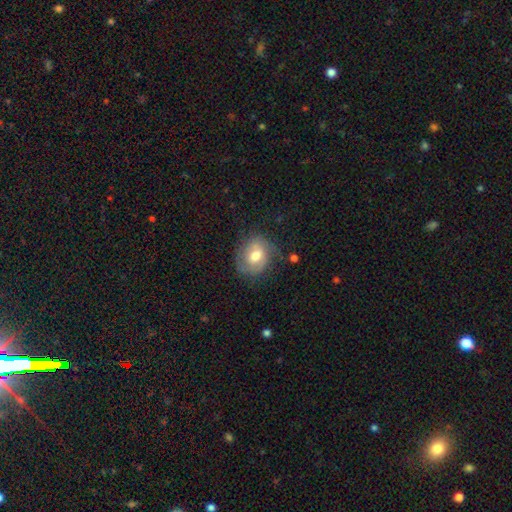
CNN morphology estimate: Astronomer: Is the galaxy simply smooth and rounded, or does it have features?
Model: smooth — 51% (runner-up: featured or disk, 41%).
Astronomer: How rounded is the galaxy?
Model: round — 61% (runner-up: in between, 38%).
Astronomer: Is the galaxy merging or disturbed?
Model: none — 65%.